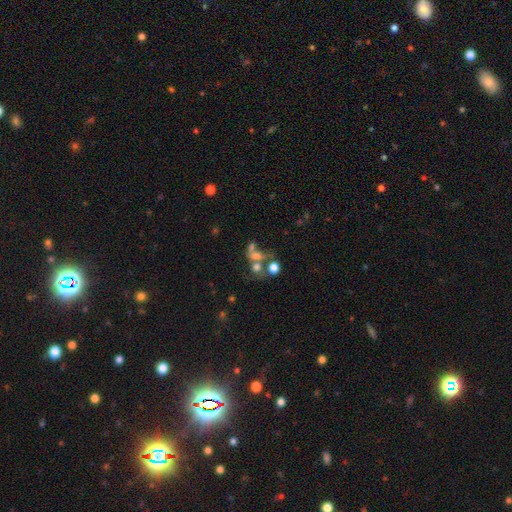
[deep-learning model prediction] The model was most divided on "smooth or featured": smooth: 40%, featured or disk: 32%, star or artifact: 27%. Remaining: merging — merger (46%).